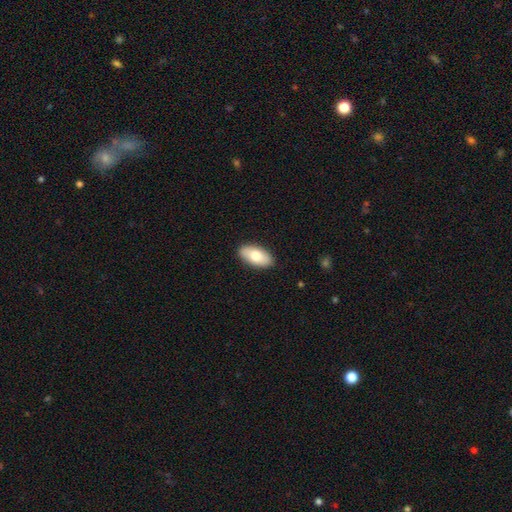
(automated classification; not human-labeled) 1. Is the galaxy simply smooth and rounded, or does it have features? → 75% smooth, 19% featured or disk, 6% star or artifact.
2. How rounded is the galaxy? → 93% in between, 4% cigar-shaped, 3% round.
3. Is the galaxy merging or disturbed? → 89% none, 9% minor disturbance, 2% major disturbance, 1% merger.